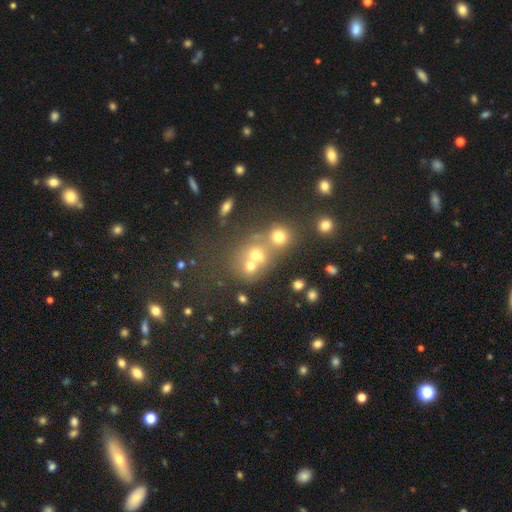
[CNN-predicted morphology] smooth 56%, star or artifact 25%, featured or disk 19%. Down the decision tree: how rounded — round (70%); merging — merger (45%).